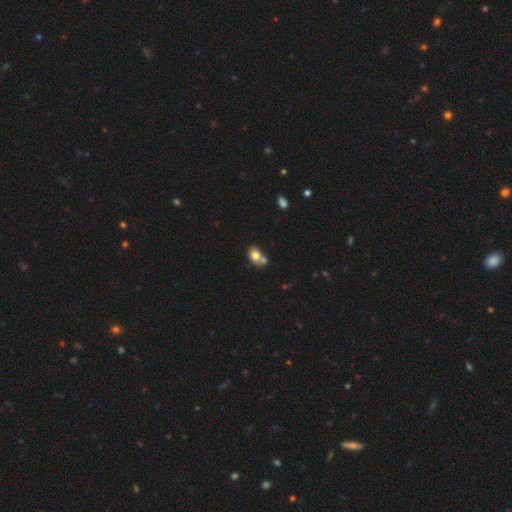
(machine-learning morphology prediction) Smooth or featured: smooth — 77% (featured or disk — 13%)
How rounded: in between — 62% (round — 37%)
Merging: none — 44% (merger — 41%)